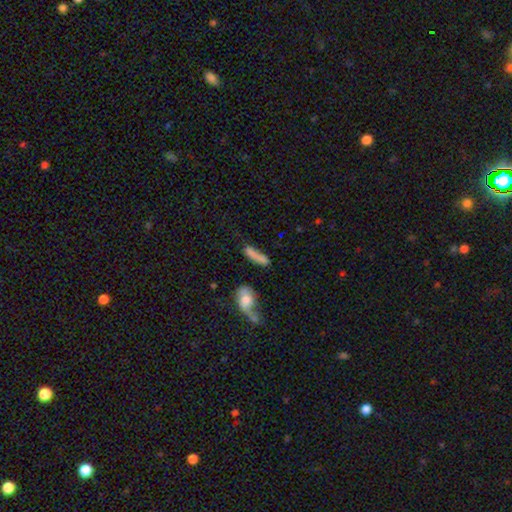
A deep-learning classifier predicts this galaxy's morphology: Smooth or featured: smooth — 73% (featured or disk — 17%)
How rounded: cigar-shaped — 63% (in between — 33%)
Merging: none — 40% (merger — 26%)